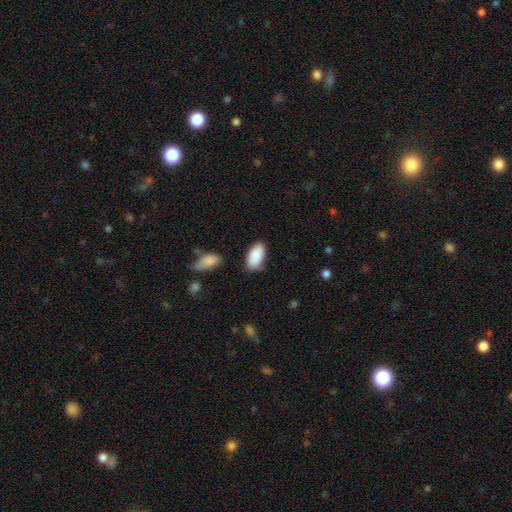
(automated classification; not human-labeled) smooth 88%, star or artifact 6%, featured or disk 6%. Down the decision tree: how rounded — in between (94%); merging — none (75%).